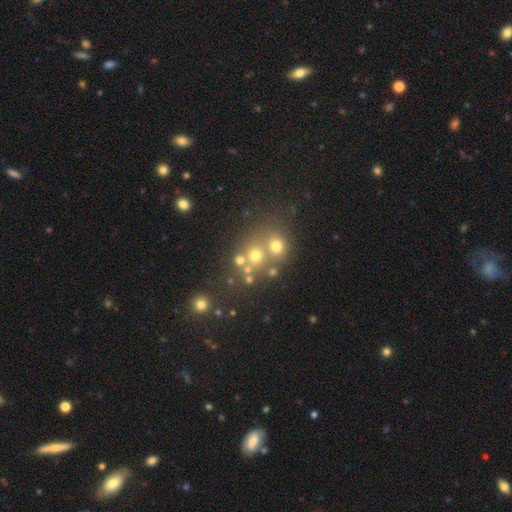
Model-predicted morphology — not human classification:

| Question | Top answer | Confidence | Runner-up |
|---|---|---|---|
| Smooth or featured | smooth | 56% | star or artifact (25%) |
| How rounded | round | 77% | in between (22%) |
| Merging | none | 49% | merger (38%) |